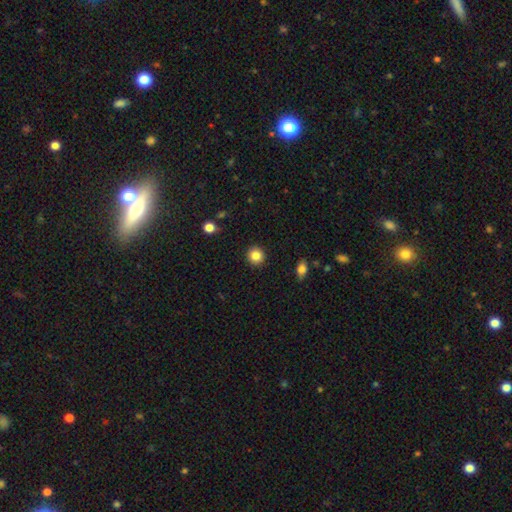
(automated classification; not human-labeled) Morphology: type=smooth (85%); roundness=round (91%); merging=none (92%).